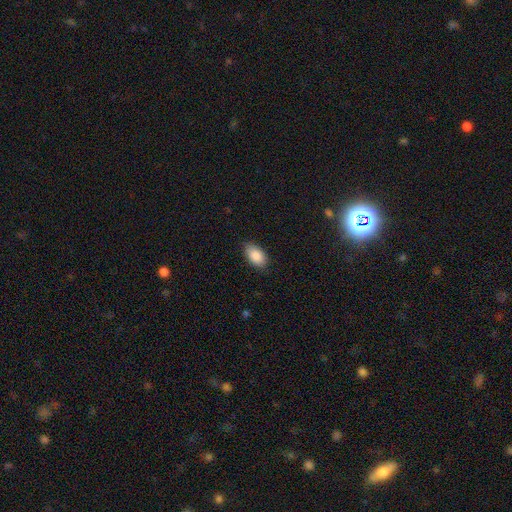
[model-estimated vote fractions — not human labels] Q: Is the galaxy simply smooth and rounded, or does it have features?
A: smooth — 88%.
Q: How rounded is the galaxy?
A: in between — 93%.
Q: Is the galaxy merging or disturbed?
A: none — 82%.